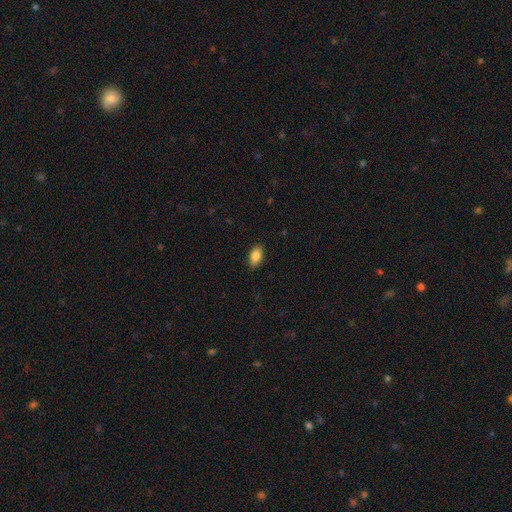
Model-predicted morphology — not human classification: Smooth or featured: smooth — 85% (featured or disk — 8%)
How rounded: in between — 91% (round — 5%)
Merging: none — 86% (minor disturbance — 10%)